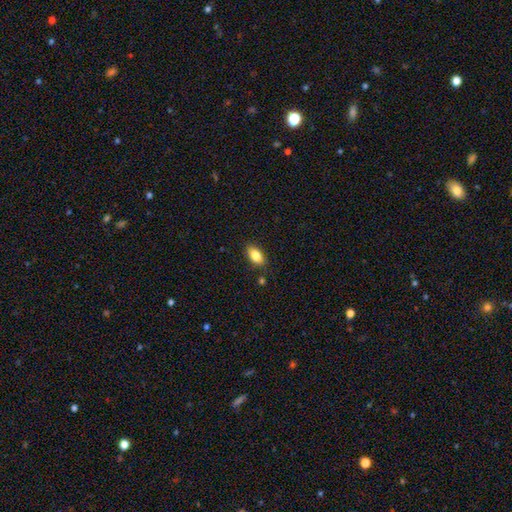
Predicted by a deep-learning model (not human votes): Overall: smooth (85%). How rounded: in between (91%). Merging: none (86%).